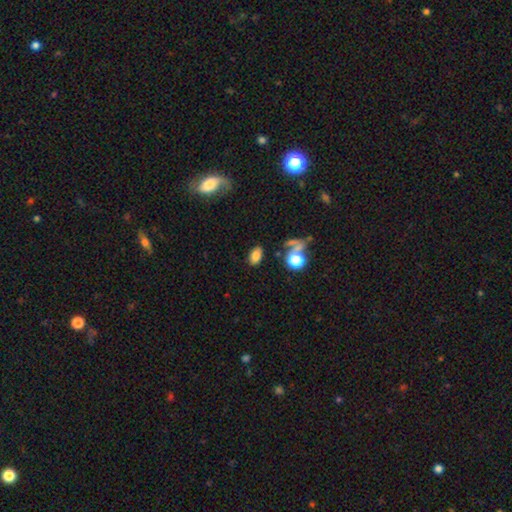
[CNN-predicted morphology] smooth 77%, star or artifact 13%, featured or disk 10%. Down the decision tree: how rounded — in between (89%); merging — none (79%).